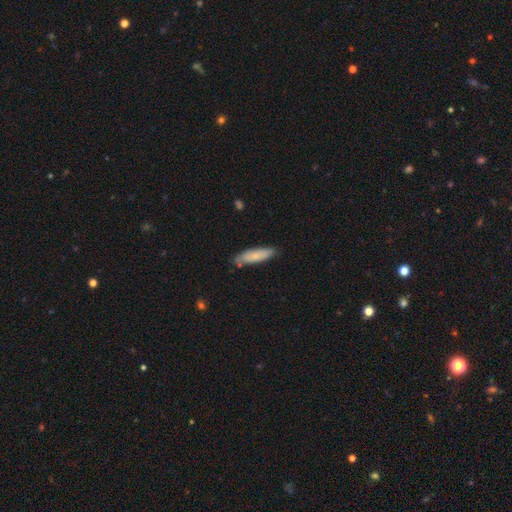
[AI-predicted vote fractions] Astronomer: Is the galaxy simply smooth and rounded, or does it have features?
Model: smooth — 78%.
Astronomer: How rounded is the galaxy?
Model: cigar-shaped — 61% (runner-up: in between, 38%).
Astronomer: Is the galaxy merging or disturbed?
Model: none — 75%.